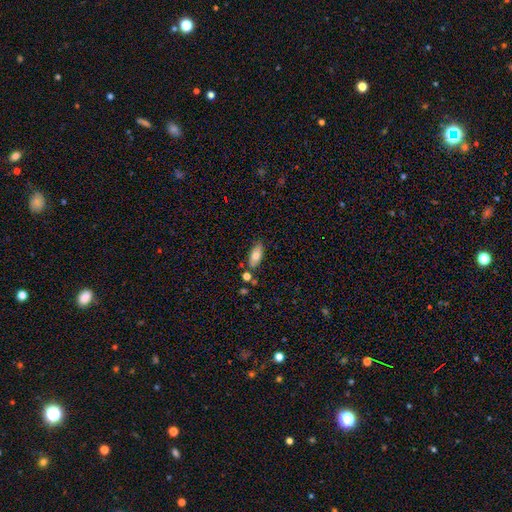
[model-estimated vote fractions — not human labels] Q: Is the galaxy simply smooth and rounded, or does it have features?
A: smooth — 76%.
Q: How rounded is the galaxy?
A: in between — 86%.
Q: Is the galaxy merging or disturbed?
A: none — 75%.